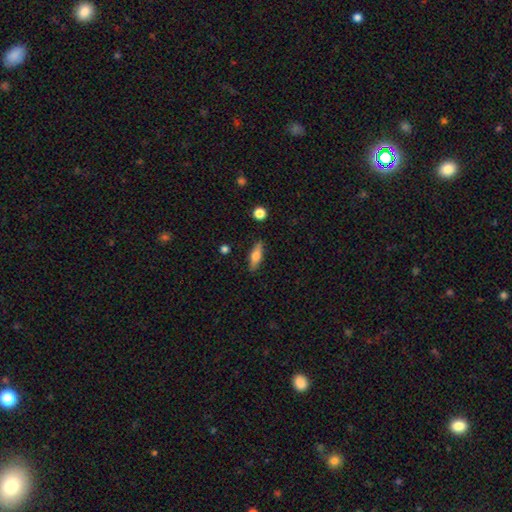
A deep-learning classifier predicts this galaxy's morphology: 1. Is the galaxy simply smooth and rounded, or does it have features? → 65% smooth, 28% featured or disk, 7% star or artifact.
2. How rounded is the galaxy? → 49% in between, 48% cigar-shaped, 3% round.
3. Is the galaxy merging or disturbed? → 86% none, 10% minor disturbance, 2% major disturbance, 2% merger.